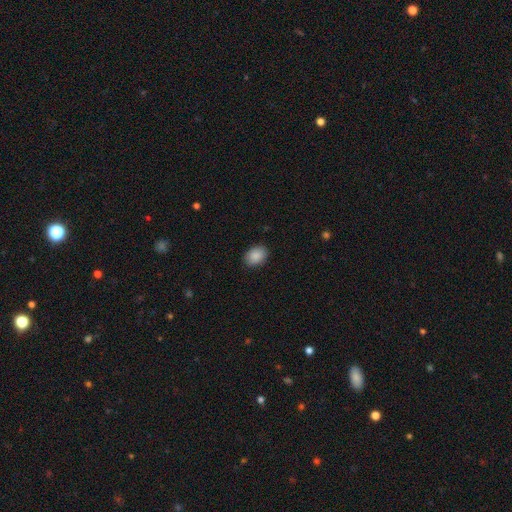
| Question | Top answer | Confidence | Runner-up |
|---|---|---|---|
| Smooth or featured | smooth | 79% | featured or disk (15%) |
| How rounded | in between | 68% | round (32%) |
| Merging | none | 86% | minor disturbance (11%) |